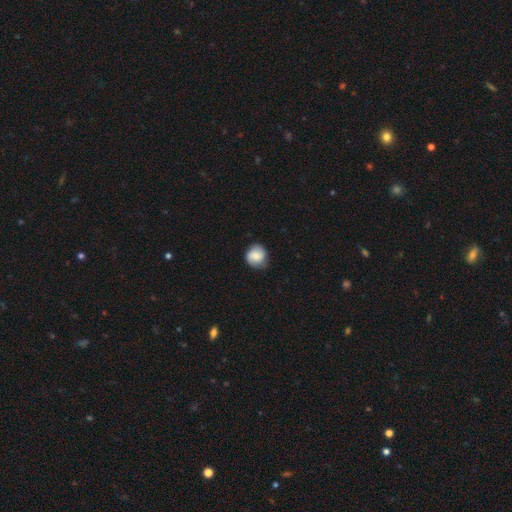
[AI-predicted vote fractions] Morphology: type=smooth (70%); roundness=round (85%); merging=none (77%).